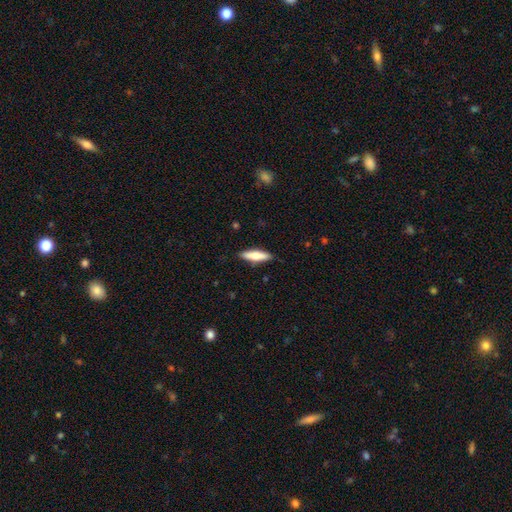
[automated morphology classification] Q: Smooth or featured?
A: smooth (72%); runner-up: featured or disk (23%)
Q: How rounded?
A: cigar-shaped (66%); runner-up: in between (33%)
Q: Merging?
A: none (88%); runner-up: minor disturbance (9%)